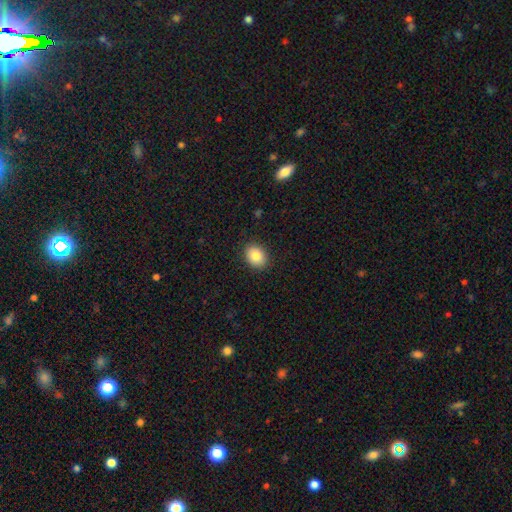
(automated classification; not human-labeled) The model was most divided on "how rounded": in between: 56%, round: 44%, cigar-shaped: 1%. More confident: merging — none (90%); smooth or featured — smooth (85%).